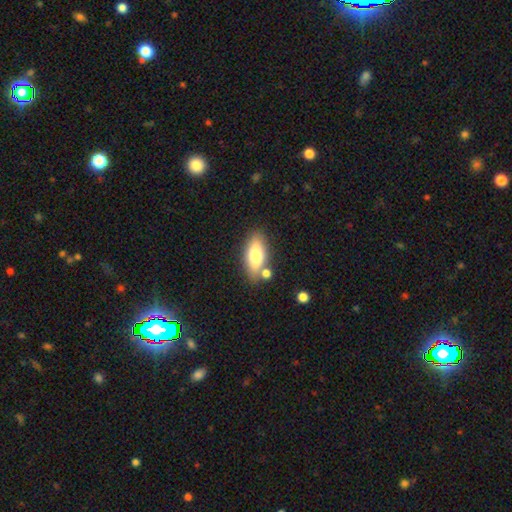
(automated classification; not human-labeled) Smooth or featured? Predicted: smooth (p=0.74). How rounded? Predicted: in between (p=0.81). Merging? Predicted: none (p=0.72).